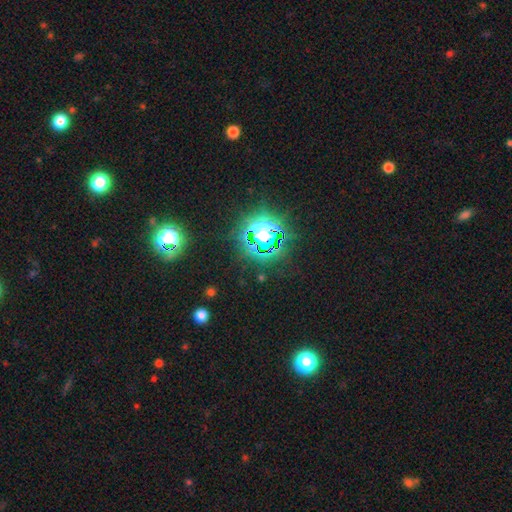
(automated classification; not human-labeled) smooth_or_featured: star or artifact (p=0.79) [alt: smooth p=0.14]